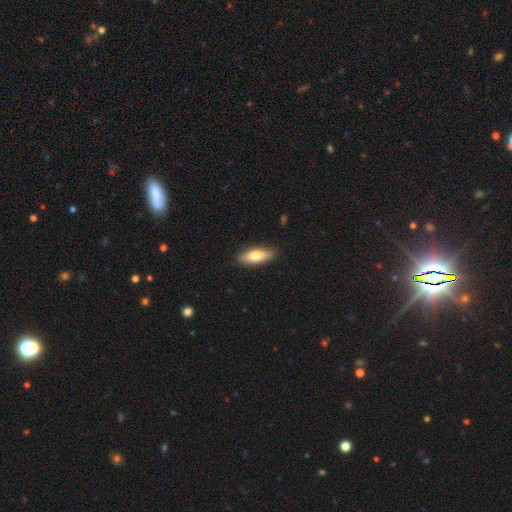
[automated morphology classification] This appears to be a smooth galaxy with no disk features (75%) that is in between round and cigar-shaped (61%). Merging: none (88%).